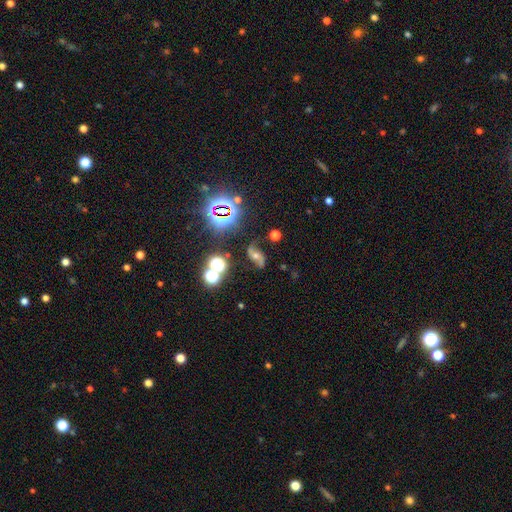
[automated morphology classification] smooth_or_featured: featured or disk (p=0.63) [alt: star or artifact p=0.24]
disk_edge_on: no (p=0.95) [alt: yes p=0.05]
bar: no (p=0.56) [alt: weak p=0.27]
has_spiral_arms: yes (p=0.91) [alt: no p=0.09]
spiral_winding: loose (p=0.61) [alt: medium p=0.29]
spiral_arm_count: 2 (p=0.90) [alt: can't tell p=0.04]
bulge_size: moderate (p=0.62) [alt: small p=0.24]
merging: none (p=0.72) [alt: minor disturbance p=0.15]